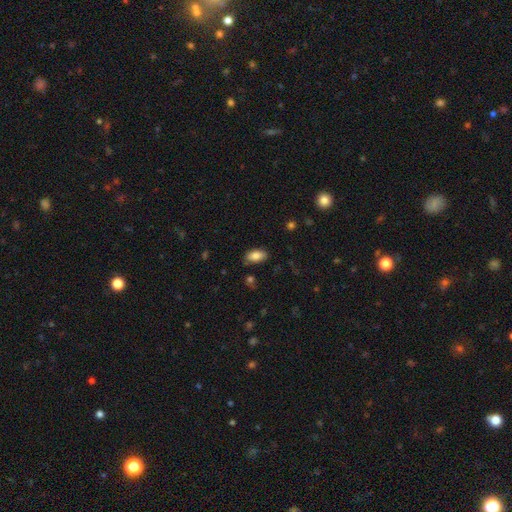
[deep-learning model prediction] This is clearly a smooth galaxy (84%). How rounded: clearly in between (92%). Merging: clearly none (82%).